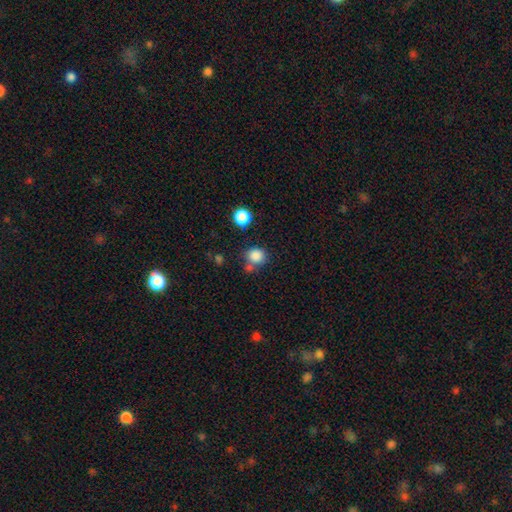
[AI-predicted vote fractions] Overall: smooth (84%). How rounded: round (83%). Merging: none (66%).